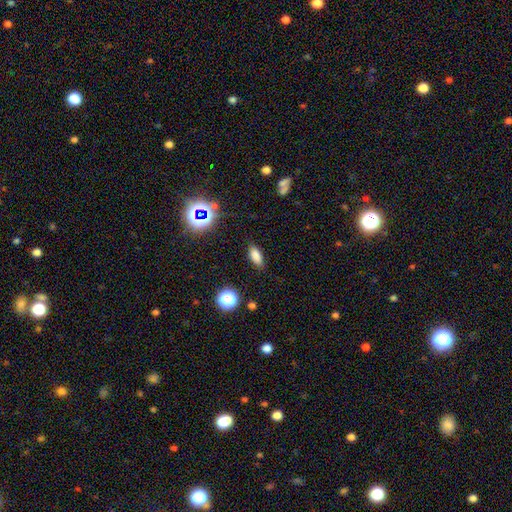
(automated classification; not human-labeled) Morphology: type=smooth (79%); roundness=in between (82%); merging=none (85%).